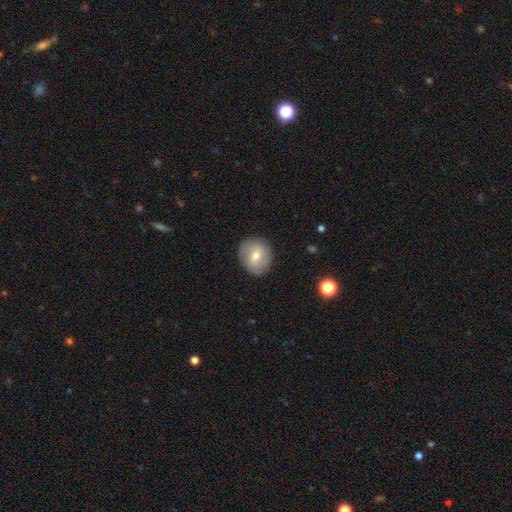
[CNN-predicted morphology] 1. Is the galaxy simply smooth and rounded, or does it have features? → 66% smooth, 26% featured or disk, 8% star or artifact.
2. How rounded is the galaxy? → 76% round, 23% in between, 1% cigar-shaped.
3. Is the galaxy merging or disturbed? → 85% none, 11% minor disturbance, 3% major disturbance, 1% merger.